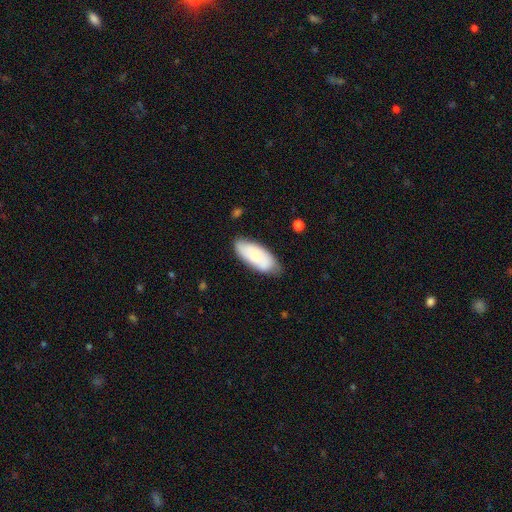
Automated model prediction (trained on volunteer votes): Smooth or featured: smooth — 64% (featured or disk — 30%)
How rounded: in between — 87% (cigar-shaped — 11%)
Merging: none — 71% (minor disturbance — 23%)